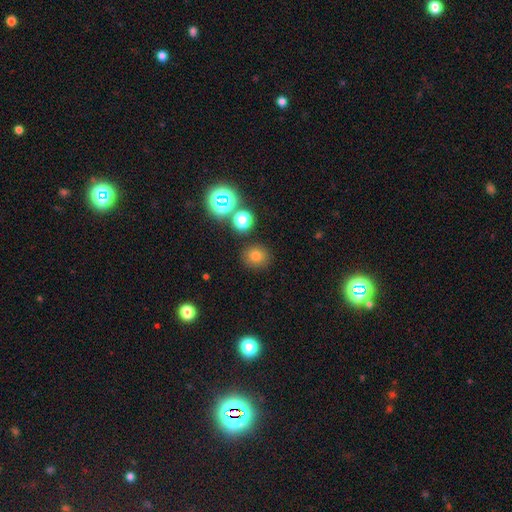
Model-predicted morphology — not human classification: Smooth or featured: smooth — 73% (star or artifact — 19%)
How rounded: round — 83% (in between — 16%)
Merging: none — 84% (minor disturbance — 8%)